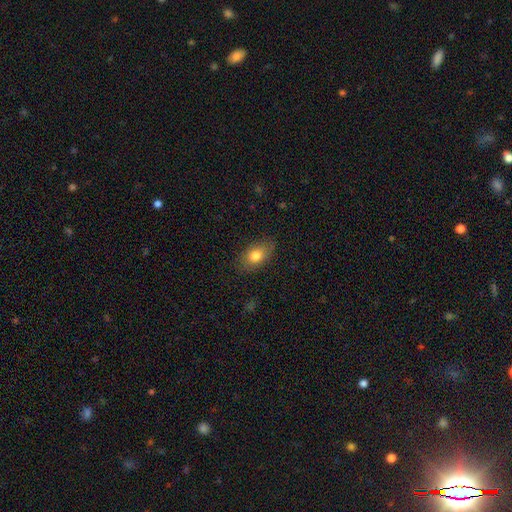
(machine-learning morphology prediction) Overall: smooth (79%). How rounded: in between (87%). Merging: none (81%).